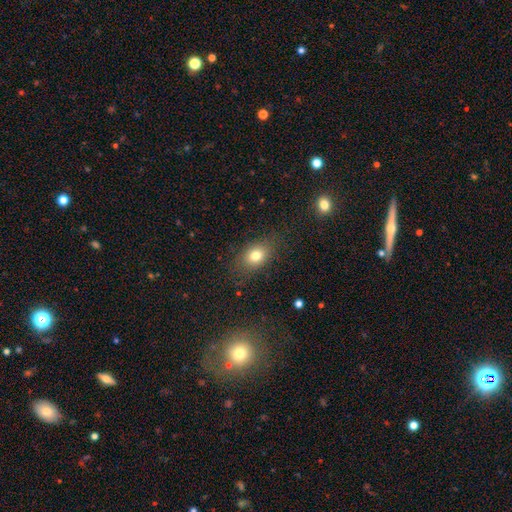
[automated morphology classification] smooth_or_featured: smooth (p=0.77) [alt: star or artifact p=0.12]
how_rounded: in between (p=0.69) [alt: round p=0.29]
merging: none (p=0.80) [alt: minor disturbance p=0.13]